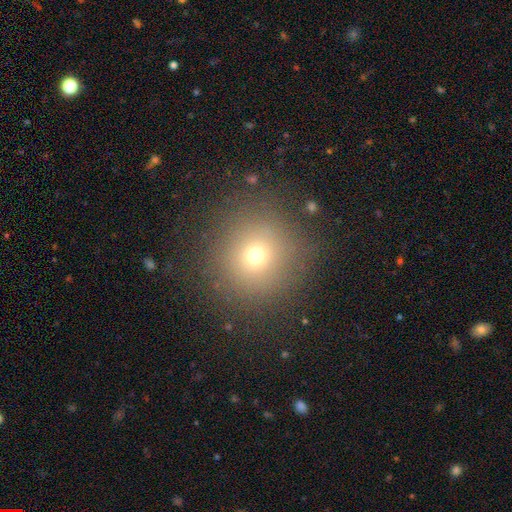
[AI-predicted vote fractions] Morphology: type=smooth (68%); roundness=round (94%); merging=none (86%).